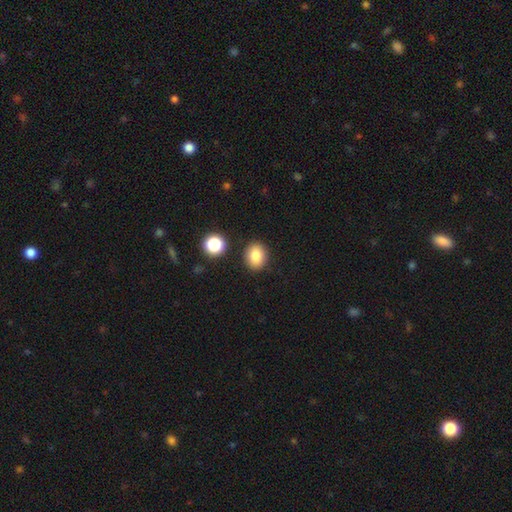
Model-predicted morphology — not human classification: This appears to be a smooth galaxy with no disk features (82%) that is round (55%). Merging: none (87%).